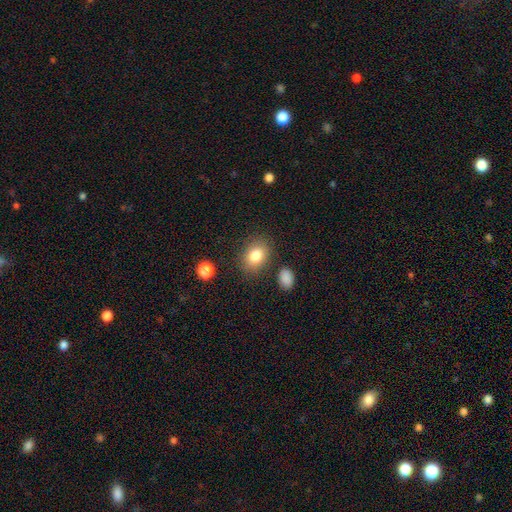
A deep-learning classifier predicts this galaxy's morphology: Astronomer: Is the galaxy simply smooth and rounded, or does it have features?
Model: smooth — 82%.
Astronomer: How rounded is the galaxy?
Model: in between — 69%.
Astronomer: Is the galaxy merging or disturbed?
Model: none — 81%.